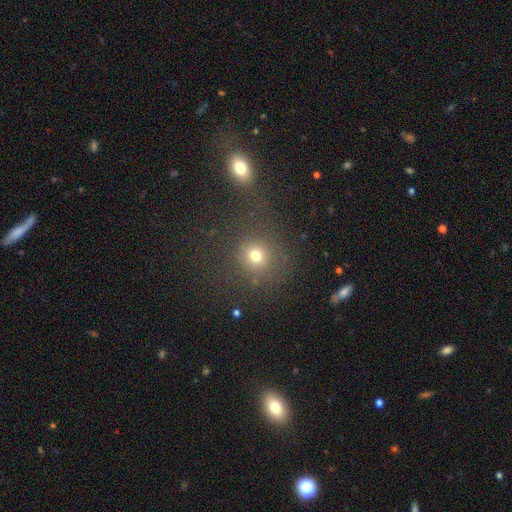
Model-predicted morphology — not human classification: type=smooth (71%); roundness=round (88%); merging=none (72%).